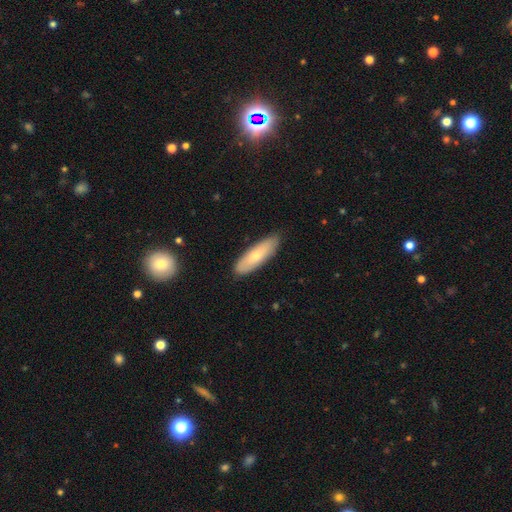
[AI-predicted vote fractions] Smooth or featured? Predicted: smooth (p=0.69). How rounded? Predicted: cigar-shaped (p=0.51). Merging? Predicted: none (p=0.85).